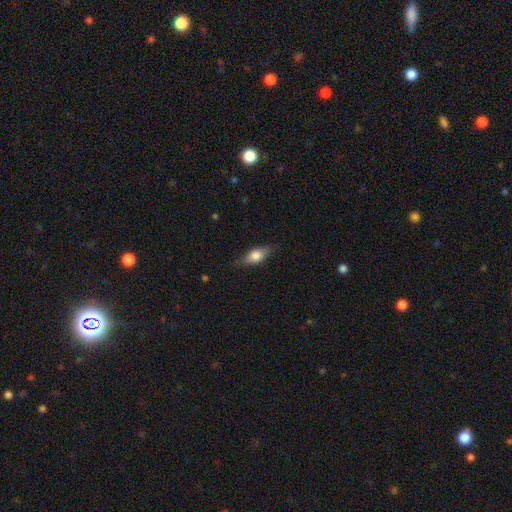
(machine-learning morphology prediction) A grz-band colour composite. It shows a smooth galaxy with no disk features (65%) that is in between round and cigar-shaped (74%). Merging: none (79%).